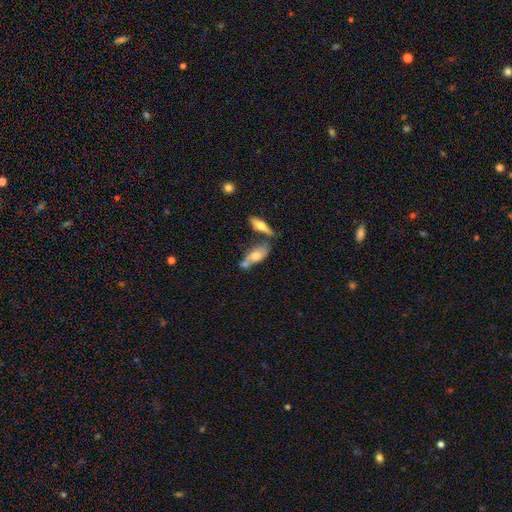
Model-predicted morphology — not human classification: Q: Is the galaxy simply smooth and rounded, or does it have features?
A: smooth — 57%.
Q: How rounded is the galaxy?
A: in between — 70%.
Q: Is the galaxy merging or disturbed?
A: merger — 39%, tied with none.